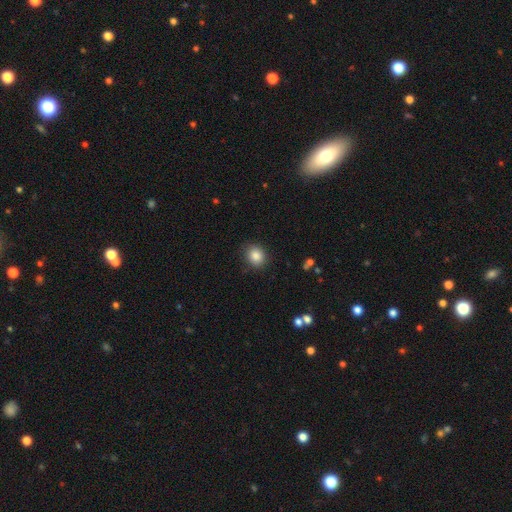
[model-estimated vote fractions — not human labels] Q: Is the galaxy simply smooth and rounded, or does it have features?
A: smooth — 84%.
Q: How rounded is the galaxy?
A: round — 68%.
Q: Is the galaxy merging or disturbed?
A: none — 89%.